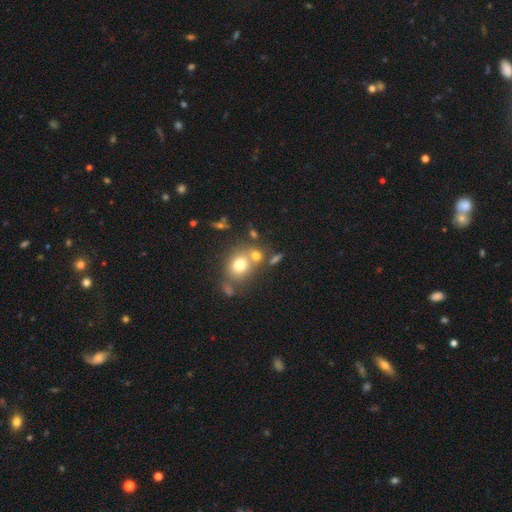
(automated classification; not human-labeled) smooth 70%, featured or disk 15%, star or artifact 15%. Down the decision tree: how rounded — round (65%); merging — none (52%).